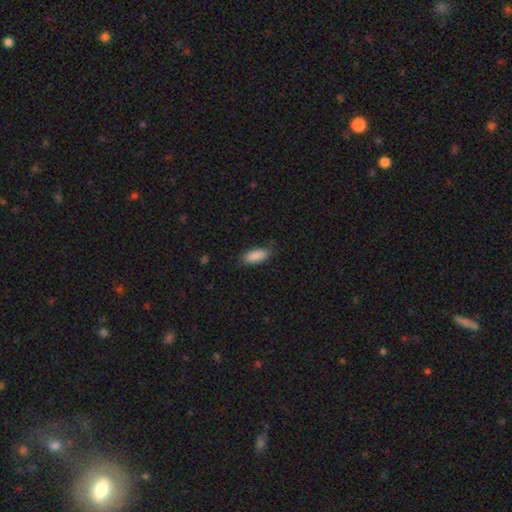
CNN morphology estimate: smooth-or-featured: smooth: 89% | star or artifact: 7% | featured or disk: 4%
  how-rounded: in between: 80% | cigar-shaped: 18% | round: 2%
  merging: none: 81% | minor disturbance: 15% | major disturbance: 3% | merger: 1%